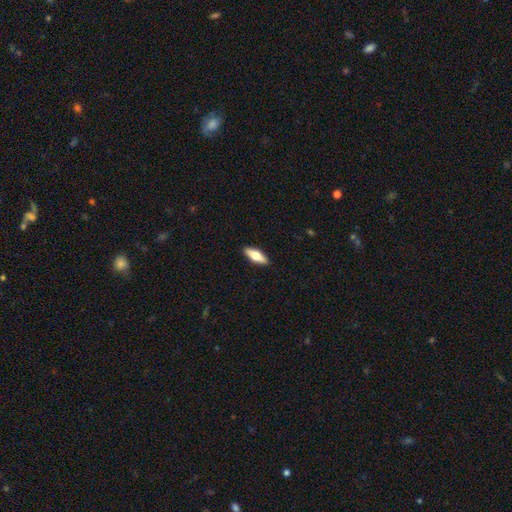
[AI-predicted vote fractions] Overall: smooth (59%; featured or disk 35%). How rounded: in between (61%; cigar-shaped 37%). Merging: none (91%).